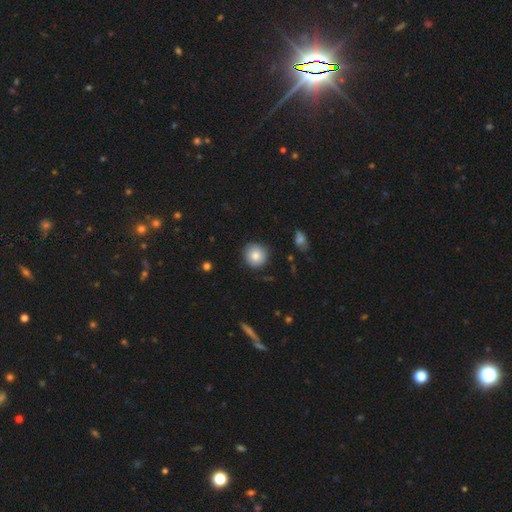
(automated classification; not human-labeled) Smooth or featured: smooth — 83% (featured or disk — 9%)
How rounded: round — 93% (in between — 6%)
Merging: none — 88% (minor disturbance — 9%)